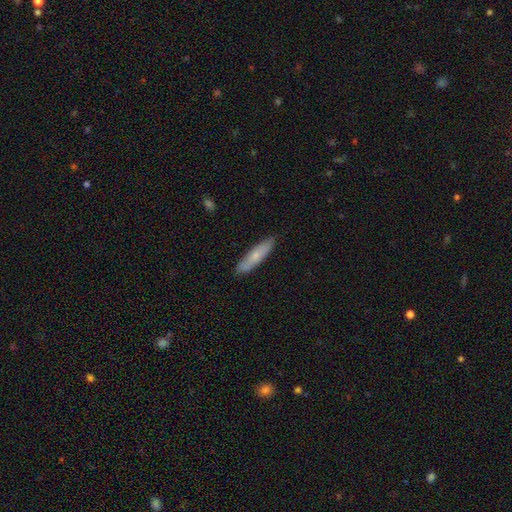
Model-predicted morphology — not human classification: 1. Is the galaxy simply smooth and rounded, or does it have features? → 65% smooth, 29% featured or disk, 6% star or artifact.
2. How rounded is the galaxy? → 80% cigar-shaped, 18% in between, 2% round.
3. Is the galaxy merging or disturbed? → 85% none, 12% minor disturbance, 2% major disturbance, 1% merger.